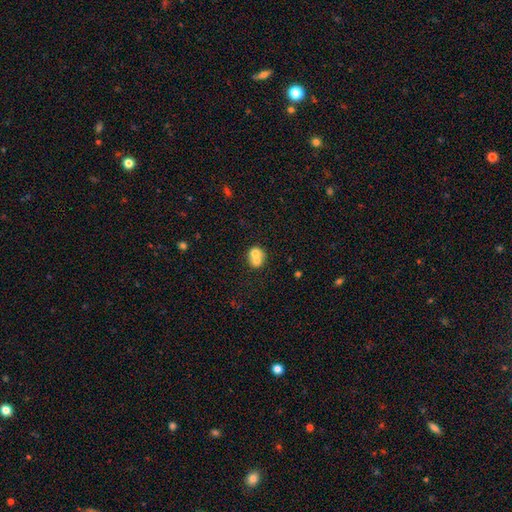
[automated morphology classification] type=smooth (68%); roundness=round (66%); merging=merger (67%).